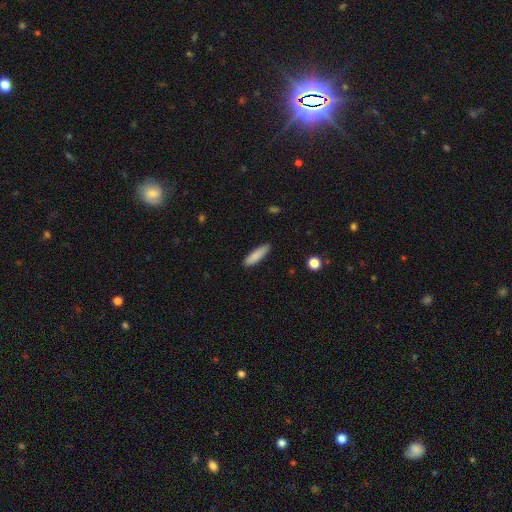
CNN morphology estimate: smooth-or-featured: smooth: 86% | featured or disk: 8% | star or artifact: 6%
  how-rounded: cigar-shaped: 68% | in between: 31% | round: 2%
  merging: none: 86% | minor disturbance: 11% | major disturbance: 2% | merger: 1%